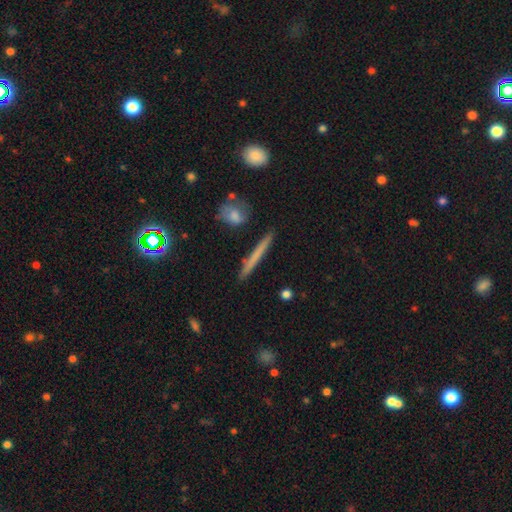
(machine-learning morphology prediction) This is possibly a smooth galaxy (60%). How rounded: clearly cigar-shaped (95%). Merging: clearly none (88%).